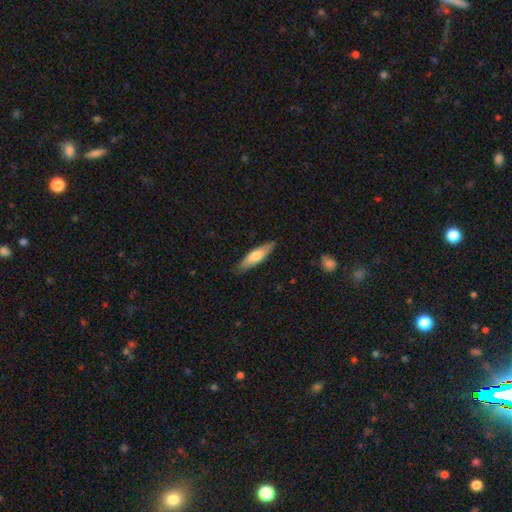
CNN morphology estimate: Smooth or featured? Predicted: smooth (p=0.65). How rounded? Predicted: cigar-shaped (p=0.63). Merging? Predicted: none (p=0.85).